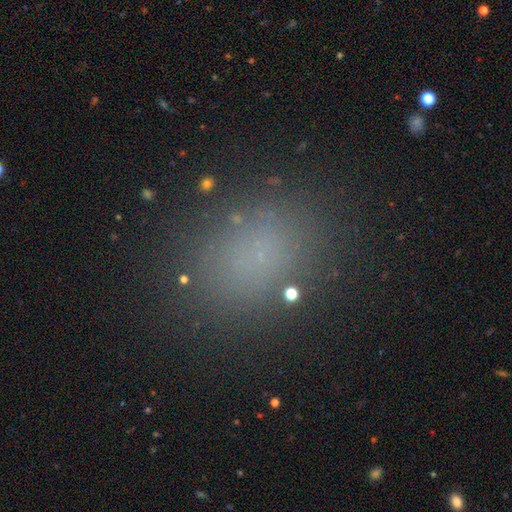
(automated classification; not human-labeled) Overall: smooth (72%). How rounded: in between (58%; round 41%). Merging: none (85%).